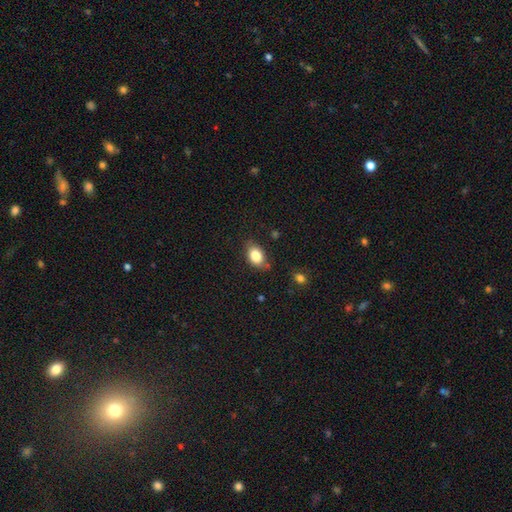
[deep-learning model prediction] smooth-or-featured: smooth: 84% | star or artifact: 8% | featured or disk: 8%
  how-rounded: in between: 79% | round: 20% | cigar-shaped: 1%
  merging: none: 73% | minor disturbance: 20% | major disturbance: 4% | merger: 3%